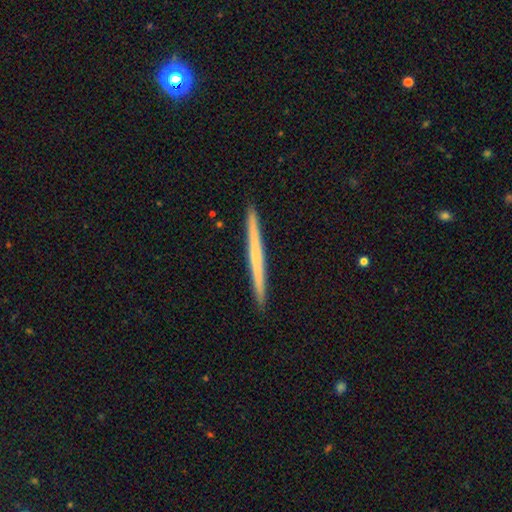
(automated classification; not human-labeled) smooth_or_featured: featured or disk (p=0.51) [alt: smooth p=0.43]
disk_edge_on: yes (p=0.98) [alt: no p=0.02]
merging: none (p=0.93) [alt: minor disturbance p=0.05]